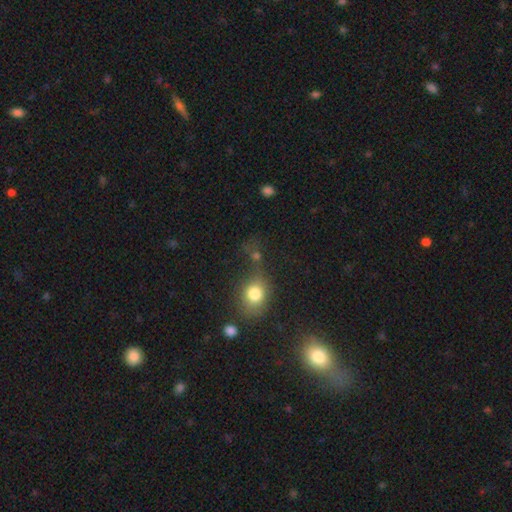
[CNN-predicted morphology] Smooth or featured? Predicted: smooth (p=0.68). How rounded? Predicted: round (p=0.60). Merging? Predicted: none (p=0.55).